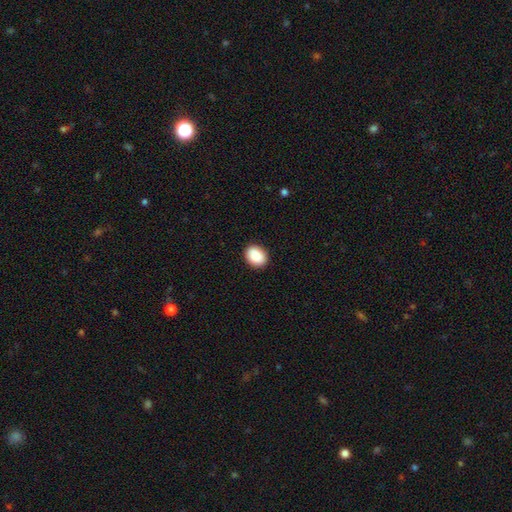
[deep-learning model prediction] A smooth galaxy with no disk features (90%) that is in between round and cigar-shaped (65%).

Vote fractions:
- Smooth or featured? smooth: 90% / star or artifact: 7% / featured or disk: 3%
- How rounded? in between: 65% / round: 34% / cigar-shaped: 1%
- Merging? none: 90% / minor disturbance: 7% / major disturbance: 2% / merger: 1%